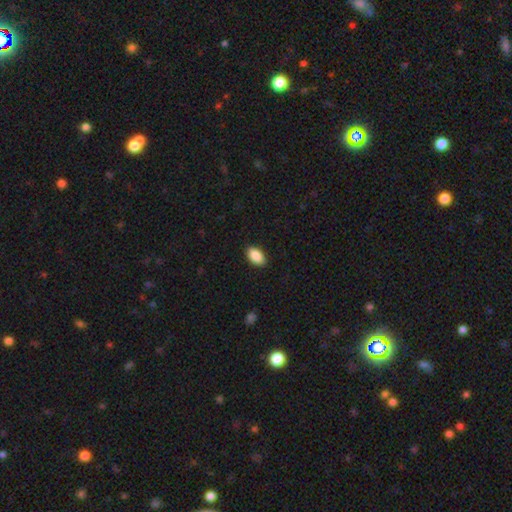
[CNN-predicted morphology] smooth_or_featured: smooth (p=0.90) [alt: star or artifact p=0.07]
how_rounded: in between (p=0.94) [alt: round p=0.04]
merging: none (p=0.89) [alt: minor disturbance p=0.08]